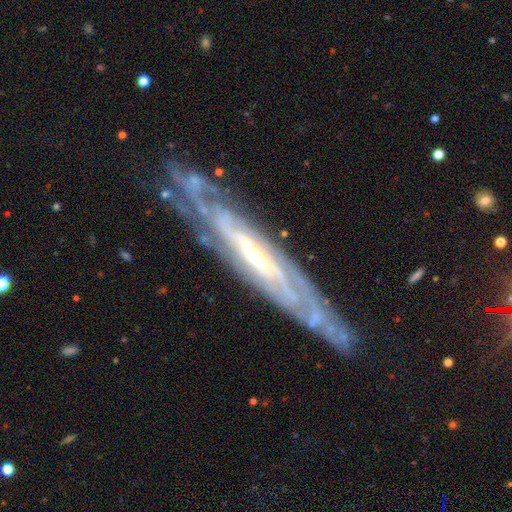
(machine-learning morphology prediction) Q: Smooth or featured?
A: featured or disk (87%); runner-up: smooth (7%)
Q: Edge-on disk?
A: no (63%); runner-up: yes (37%)
Q: Bar?
A: no (40%); runner-up: weak (34%)
Q: Spiral arms?
A: yes (95%); runner-up: no (5%)
Q: Spiral winding?
A: tight (72%); runner-up: medium (24%)
Q: Spiral arm count?
A: can't tell (45%); runner-up: 2 (19%)
Q: Bulge size?
A: small (58%); runner-up: moderate (35%)
Q: Merging?
A: none (75%); runner-up: minor disturbance (17%)